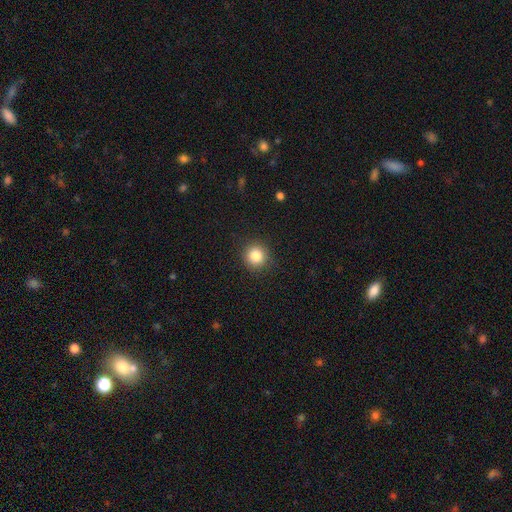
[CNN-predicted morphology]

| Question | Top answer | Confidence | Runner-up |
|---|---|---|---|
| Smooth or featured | smooth | 84% | star or artifact (11%) |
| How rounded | round | 93% | in between (6%) |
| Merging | none | 90% | minor disturbance (7%) |